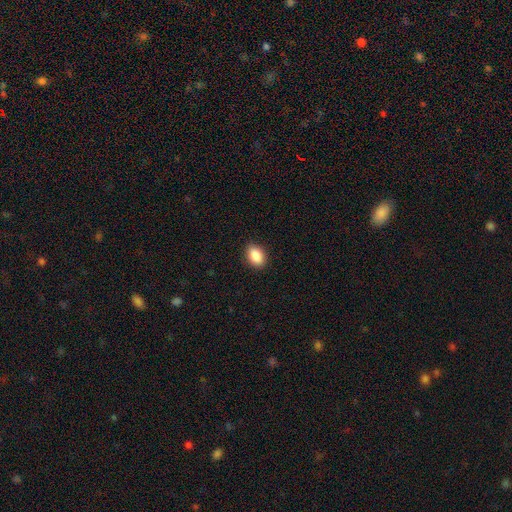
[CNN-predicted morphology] smooth-or-featured: smooth: 89% | star or artifact: 8% | featured or disk: 4%
  how-rounded: in between: 85% | round: 13% | cigar-shaped: 2%
  merging: none: 88% | minor disturbance: 9% | major disturbance: 2% | merger: 1%